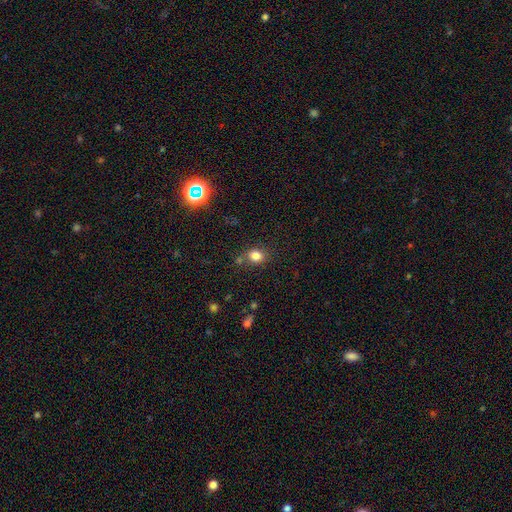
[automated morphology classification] smooth 81%, star or artifact 13%, featured or disk 6%. Down the decision tree: how rounded — round (59%); merging — none (70%).